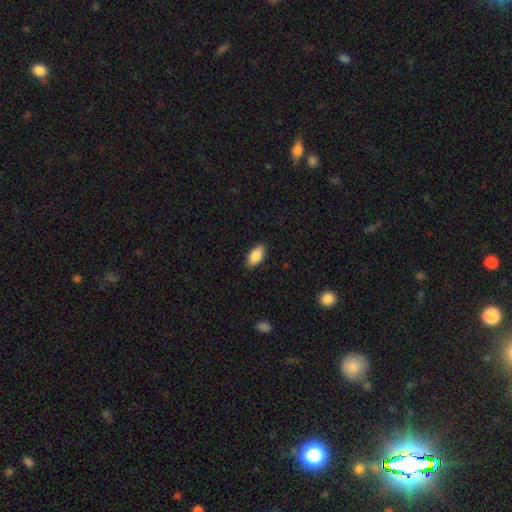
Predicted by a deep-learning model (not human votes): This is clearly a smooth galaxy (87%). How rounded: clearly in between (93%). Merging: clearly none (87%).